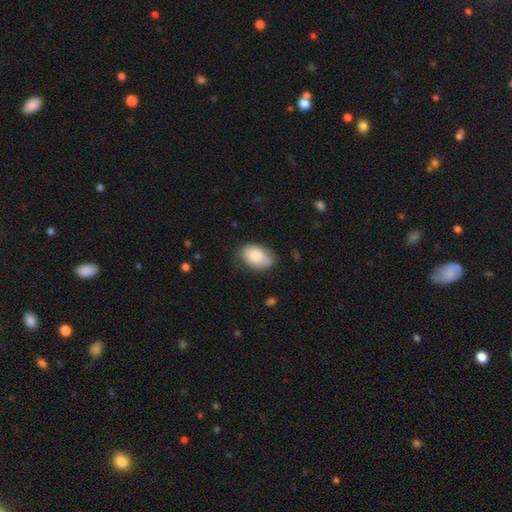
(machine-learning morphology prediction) Smooth or featured?
  - smooth: 80% *
  - featured or disk: 13%
  - star or artifact: 6%
How rounded?
  - in between: 89% *
  - round: 10%
  - cigar-shaped: 1%
Merging?
  - none: 67% *
  - minor disturbance: 25%
  - major disturbance: 6%
  - merger: 2%